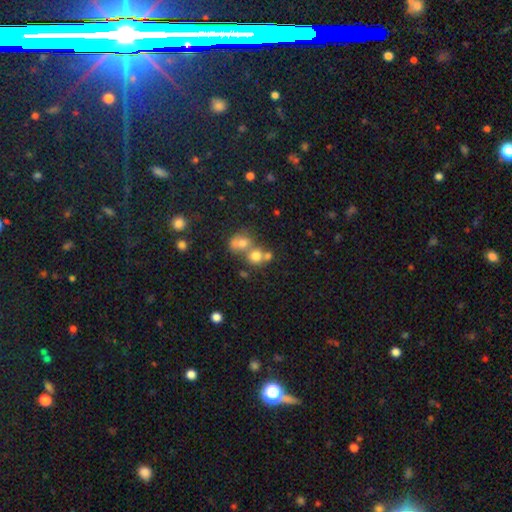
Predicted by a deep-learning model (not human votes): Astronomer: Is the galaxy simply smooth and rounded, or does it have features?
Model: smooth — 71%.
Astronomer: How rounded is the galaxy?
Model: round — 77%.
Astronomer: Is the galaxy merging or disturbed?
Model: merger — 50% (runner-up: none, 38%).